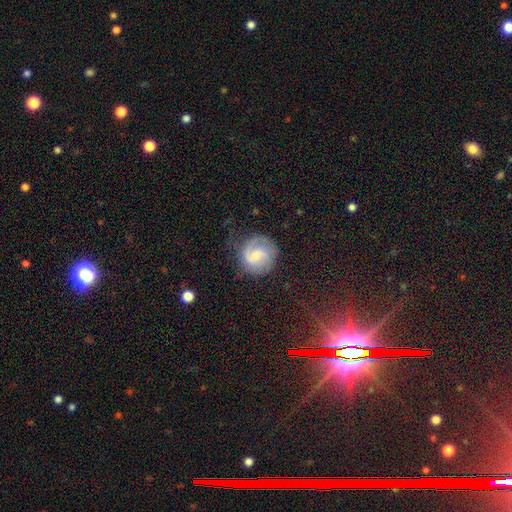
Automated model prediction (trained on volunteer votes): Smooth or featured?
  - featured or disk: 73% *
  - smooth: 20%
  - star or artifact: 7%
Edge-on disk?
  - no: 98% *
  - yes: 2%
Bar?
  - weak: 51% *
  - no: 40%
  - strong: 9%
Spiral arms?
  - yes: 95% *
  - no: 5%
Spiral winding?
  - medium: 46% *
  - tight: 38%
  - loose: 17%
Spiral arm count?
  - 2: 70% *
  - can't tell: 13%
  - 3: 7%
  - 1: 6%
  - 4: 2%
  - more than 4: 2%
Bulge size?
  - small: 55% *
  - moderate: 36%
  - none: 5%
  - large: 3%
  - dominant: 1%
Merging?
  - none: 71% *
  - minor disturbance: 18%
  - major disturbance: 9%
  - merger: 1%